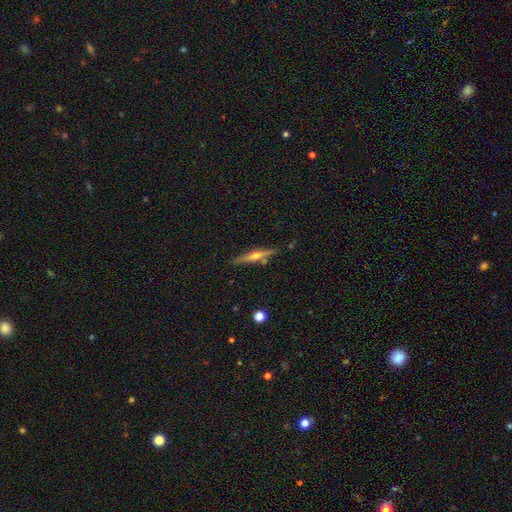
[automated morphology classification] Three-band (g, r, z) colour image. It shows a featured or disk galaxy (67%) viewed edge-on (97%) with a rounded central bulge (88%). Merging: none (83%).